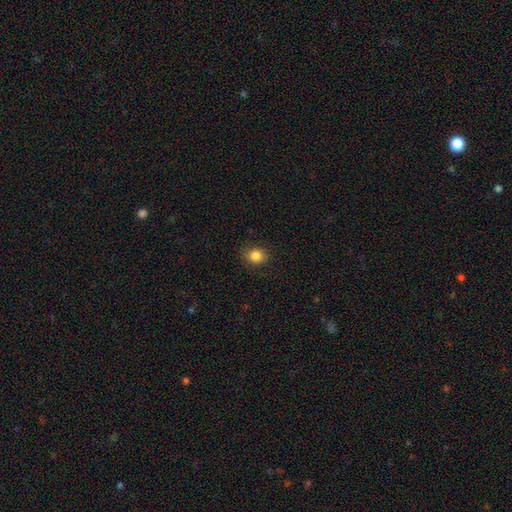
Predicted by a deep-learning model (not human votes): Smooth or featured? smooth (85%)
How rounded? round (72%)
Merging? none (85%)